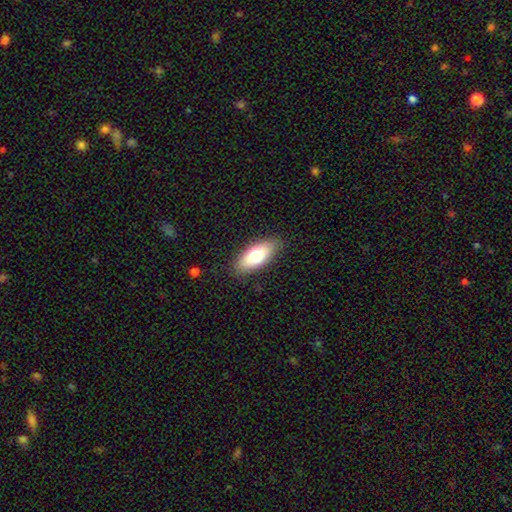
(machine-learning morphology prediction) Smooth or featured? Predicted: smooth (p=0.74). How rounded? Predicted: in between (p=0.81). Merging? Predicted: none (p=0.85).